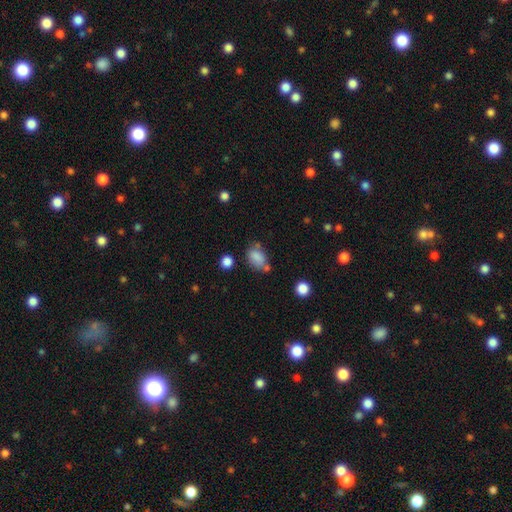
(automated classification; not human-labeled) smooth_or_featured: smooth (p=0.82) [alt: star or artifact p=0.10]
how_rounded: in between (p=0.78) [alt: round p=0.21]
merging: none (p=0.54) [alt: minor disturbance p=0.22]